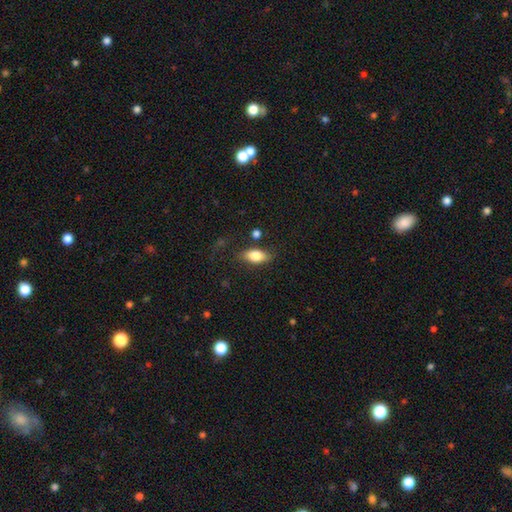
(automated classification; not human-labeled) A smooth galaxy with no disk features (80%) that is in between round and cigar-shaped (87%). Merging: none (78%).